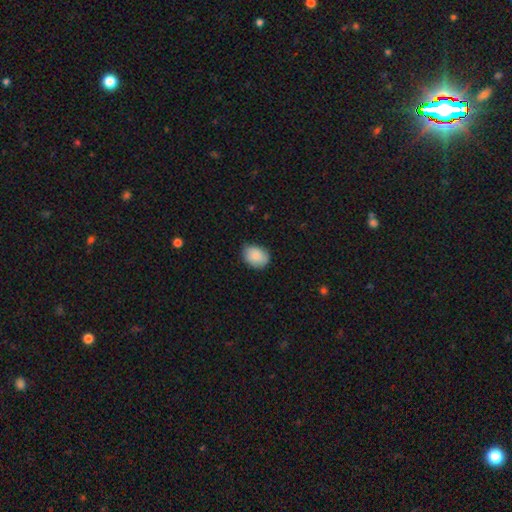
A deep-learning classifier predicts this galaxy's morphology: A smooth galaxy with no disk features (85%) that is in between round and cigar-shaped (60%). Merging: none (74%).